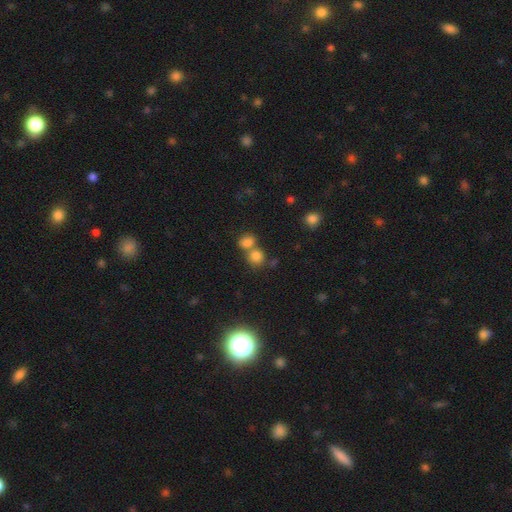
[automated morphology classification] A smooth galaxy with no disk features (79%) that is round (76%).

Vote fractions:
- Smooth or featured? smooth: 79% / star or artifact: 13% / featured or disk: 8%
- How rounded? round: 76% / in between: 23% / cigar-shaped: 1%
- Merging? merger: 45% / none: 44% / minor disturbance: 8% / major disturbance: 3%